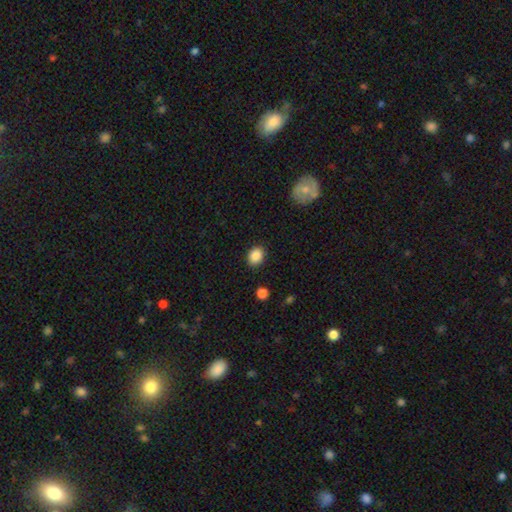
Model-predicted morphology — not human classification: smooth-or-featured: smooth: 88% | star or artifact: 9% | featured or disk: 3%
  how-rounded: in between: 54% | round: 45% | cigar-shaped: 1%
  merging: none: 87% | minor disturbance: 9% | major disturbance: 2% | merger: 1%